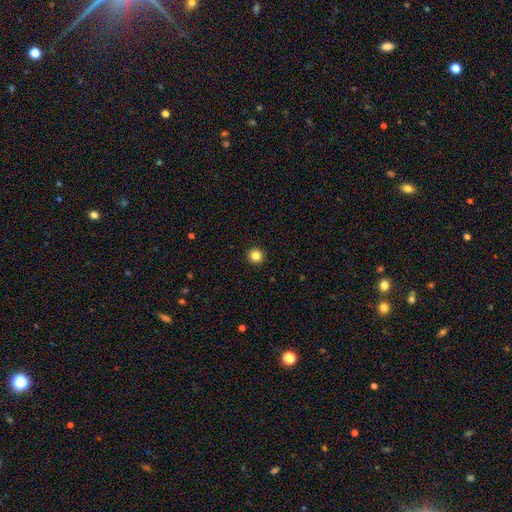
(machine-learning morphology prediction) Smooth or featured?
  - smooth: 85% *
  - star or artifact: 11%
  - featured or disk: 4%
How rounded?
  - round: 95% *
  - in between: 4%
  - cigar-shaped: 1%
Merging?
  - none: 94% *
  - minor disturbance: 4%
  - major disturbance: 1%
  - merger: 1%